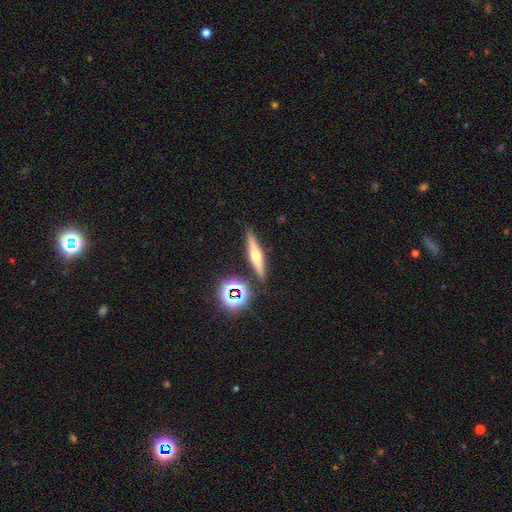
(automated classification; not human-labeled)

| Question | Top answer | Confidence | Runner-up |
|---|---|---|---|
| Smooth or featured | featured or disk | 56% | smooth (31%) |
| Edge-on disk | yes | 95% | no (5%) |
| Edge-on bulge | rounded | 91% | boxy (5%) |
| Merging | none | 86% | minor disturbance (8%) |